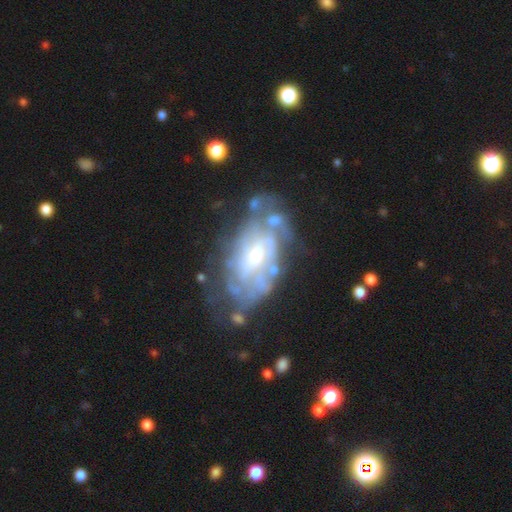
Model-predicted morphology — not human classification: This is likely a featured or disk galaxy (79%). It is clearly not viewed edge-on (94%). Bar: possibly no (45%). Spiral arm pattern: likely yes (68%). Spiral arm count: likely can't tell (60%). Spiral winding: possibly tight (57%). Central bulge: possibly moderate (53%). Merging: possibly none (51%).